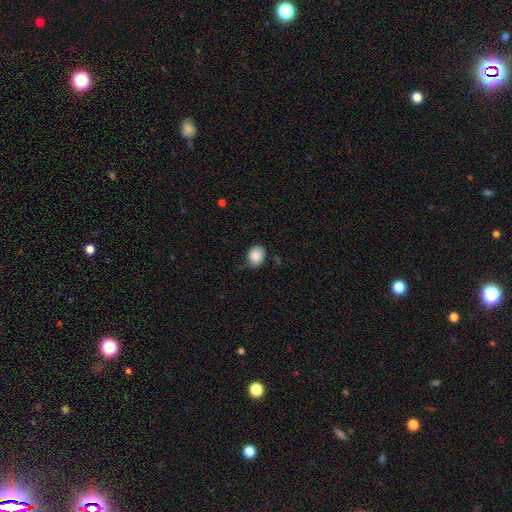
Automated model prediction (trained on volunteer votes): This is clearly a smooth galaxy (84%). How rounded: possibly in between (52%). Merging: likely none (61%).